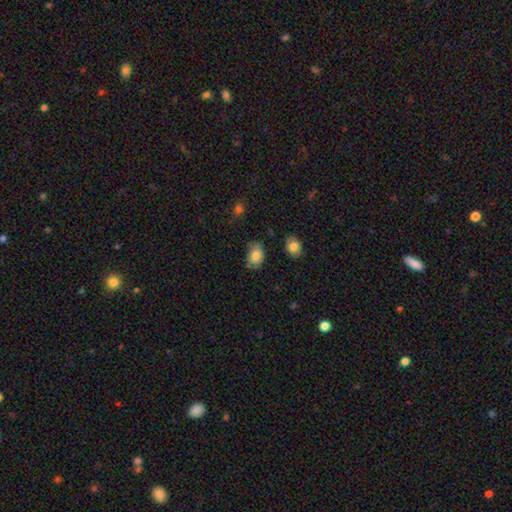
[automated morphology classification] A smooth galaxy with no disk features (81%) that is in between round and cigar-shaped (83%). Merging: none (75%).